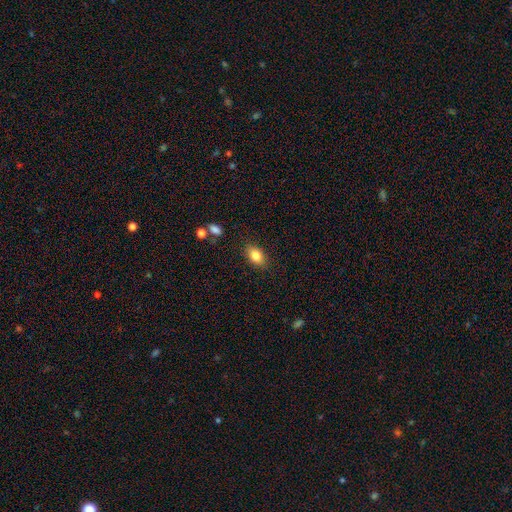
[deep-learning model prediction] smooth_or_featured: smooth (p=0.83) [alt: star or artifact p=0.08]
how_rounded: in between (p=0.86) [alt: round p=0.12]
merging: none (p=0.85) [alt: minor disturbance p=0.10]